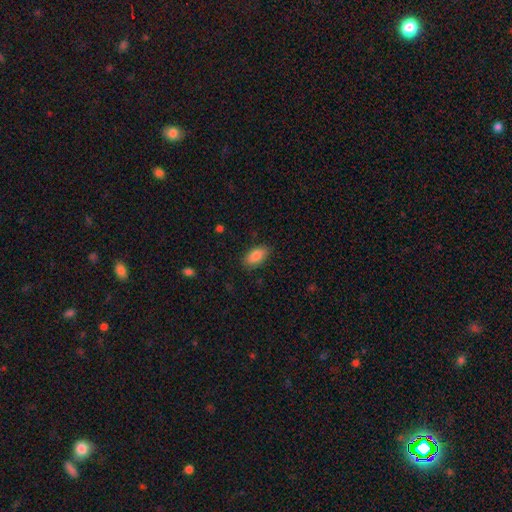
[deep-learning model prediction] Q: Smooth or featured?
A: smooth (88%); runner-up: star or artifact (7%)
Q: How rounded?
A: in between (93%); runner-up: cigar-shaped (4%)
Q: Merging?
A: none (85%); runner-up: minor disturbance (11%)